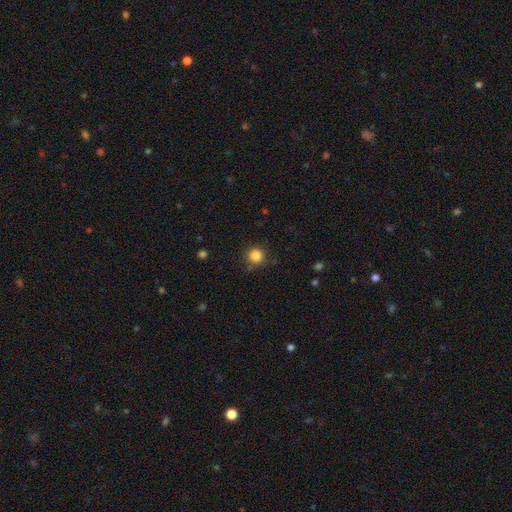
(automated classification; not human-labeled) smooth_or_featured: smooth (p=0.84) [alt: star or artifact p=0.11]
how_rounded: round (p=0.93) [alt: in between p=0.06]
merging: none (p=0.84) [alt: minor disturbance p=0.11]